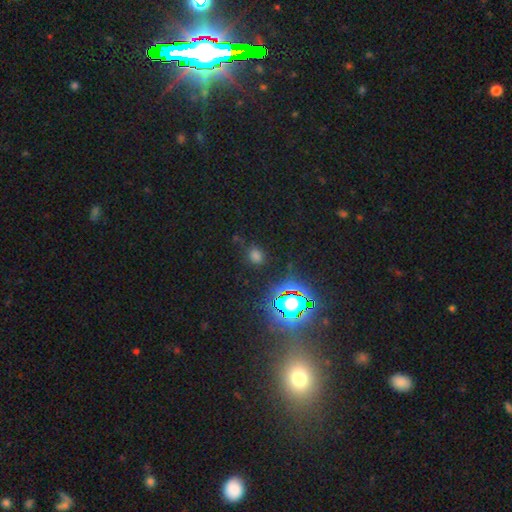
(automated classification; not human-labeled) Smooth or featured?
  - smooth: 54% *
  - star or artifact: 40%
  - featured or disk: 6%
How rounded?
  - round: 60% *
  - in between: 38%
  - cigar-shaped: 2%
Merging?
  - none: 79% *
  - minor disturbance: 13%
  - major disturbance: 5%
  - merger: 3%